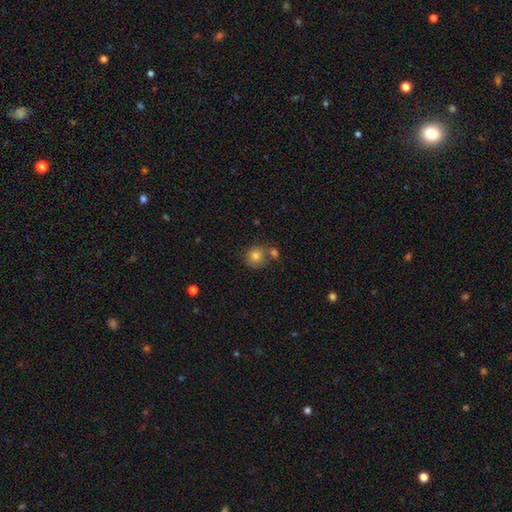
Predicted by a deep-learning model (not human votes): A smooth galaxy with no disk features (80%) that is round (88%).

Vote fractions:
- Smooth or featured? smooth: 80% / star or artifact: 11% / featured or disk: 9%
- How rounded? round: 88% / in between: 11% / cigar-shaped: 1%
- Merging? none: 60% / merger: 24% / minor disturbance: 12% / major disturbance: 4%